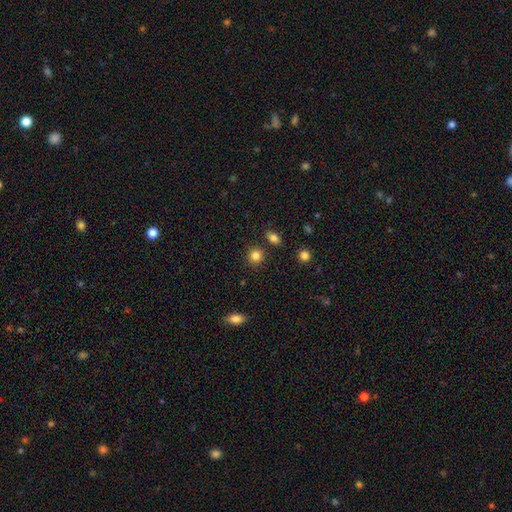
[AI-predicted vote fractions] Smooth or featured?
  - smooth: 84% *
  - star or artifact: 11%
  - featured or disk: 5%
How rounded?
  - round: 88% *
  - in between: 11%
  - cigar-shaped: 1%
Merging?
  - none: 85% *
  - minor disturbance: 8%
  - merger: 5%
  - major disturbance: 3%